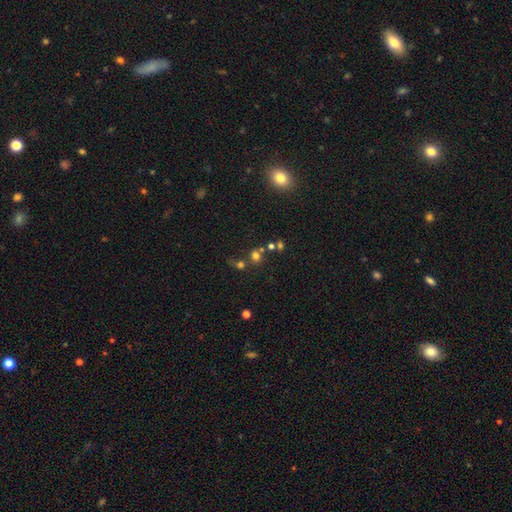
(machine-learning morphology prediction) Q: Smooth or featured?
A: smooth (61%); runner-up: star or artifact (28%)
Q: How rounded?
A: round (86%); runner-up: in between (13%)
Q: Merging?
A: none (53%); runner-up: merger (33%)